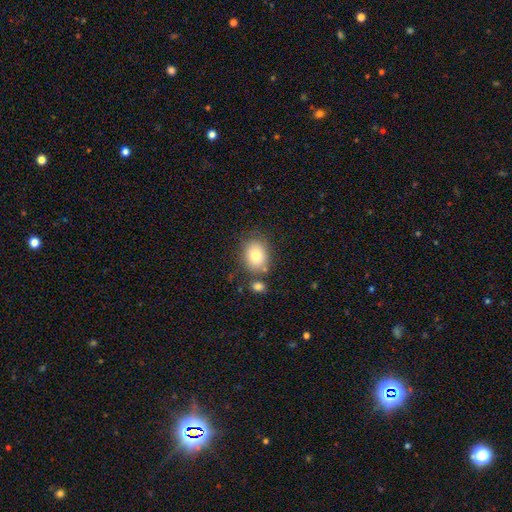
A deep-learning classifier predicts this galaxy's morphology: Overall: smooth (78%). How rounded: round (52%; in between 47%). Merging: none (72%).